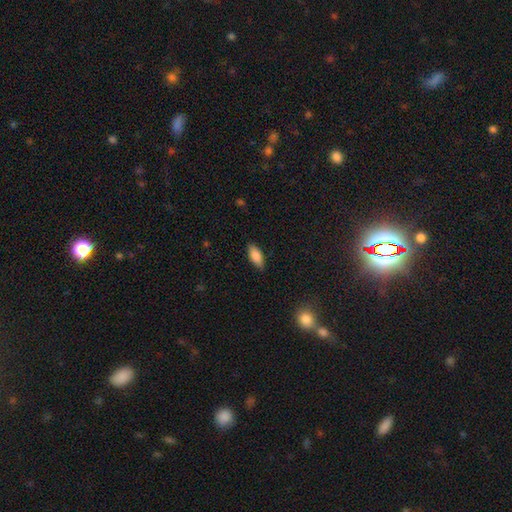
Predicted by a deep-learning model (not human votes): Smooth or featured? Predicted: smooth (p=0.84). How rounded? Predicted: in between (p=0.83). Merging? Predicted: none (p=0.85).